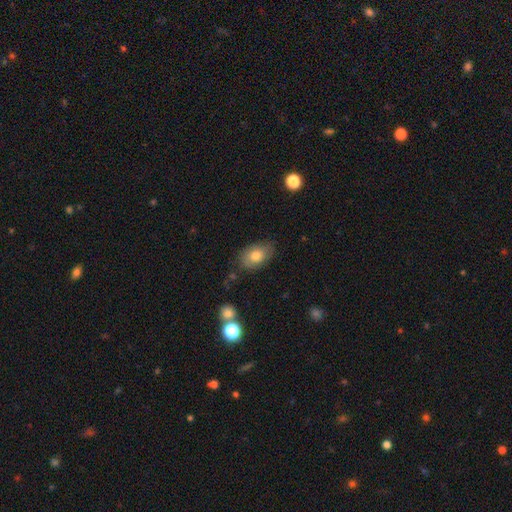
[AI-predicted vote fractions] This appears to be a smooth galaxy with no disk features (78%) that is in between round and cigar-shaped (88%). Merging: none (72%).